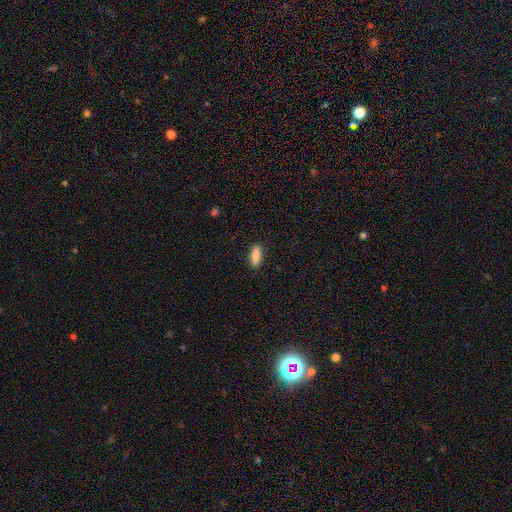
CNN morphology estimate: smooth_or_featured: smooth (p=0.89) [alt: star or artifact p=0.06]
how_rounded: in between (p=0.70) [alt: cigar-shaped p=0.28]
merging: none (p=0.89) [alt: minor disturbance p=0.08]